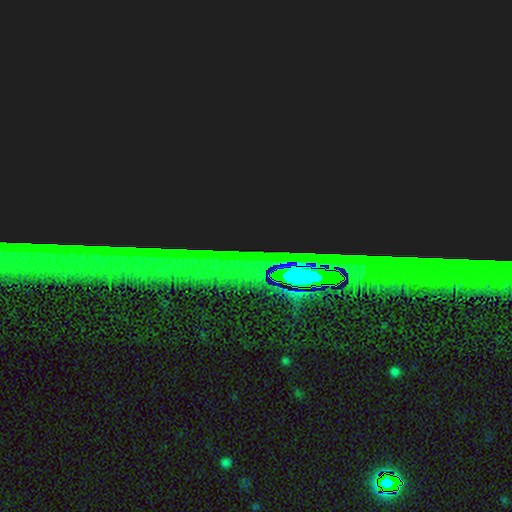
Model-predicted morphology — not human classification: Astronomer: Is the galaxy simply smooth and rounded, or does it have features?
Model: star or artifact — 83%.